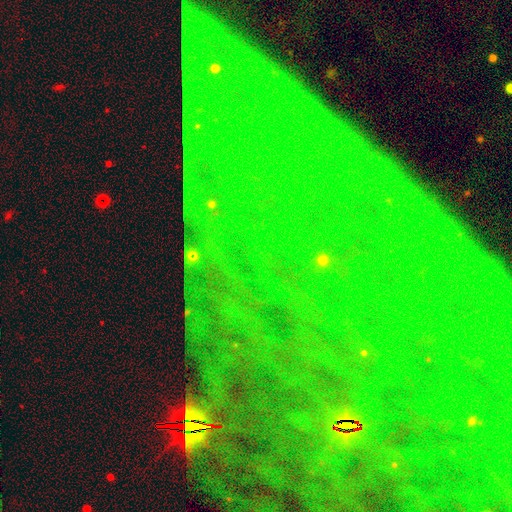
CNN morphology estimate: Overall: star or artifact (84%).